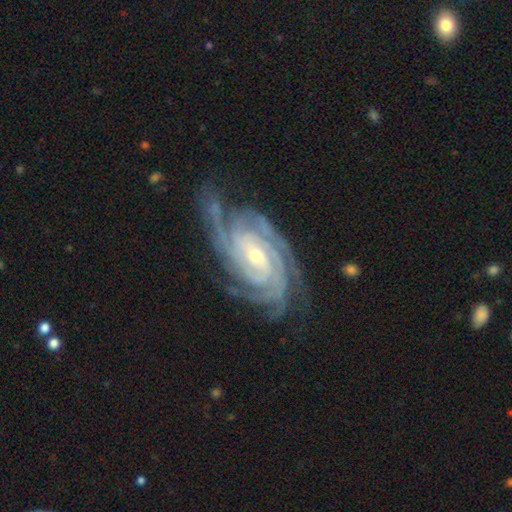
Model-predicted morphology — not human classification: Q: Smooth or featured?
A: featured or disk (93%); runner-up: star or artifact (4%)
Q: Edge-on disk?
A: no (96%); runner-up: yes (4%)
Q: Bar?
A: no (40%); runner-up: weak (38%)
Q: Spiral arms?
A: yes (99%); runner-up: no (1%)
Q: Spiral winding?
A: tight (78%); runner-up: medium (20%)
Q: Spiral arm count?
A: 4 (40%); runner-up: 3 (21%)
Q: Bulge size?
A: small (55%); runner-up: moderate (41%)
Q: Merging?
A: none (75%); runner-up: minor disturbance (18%)